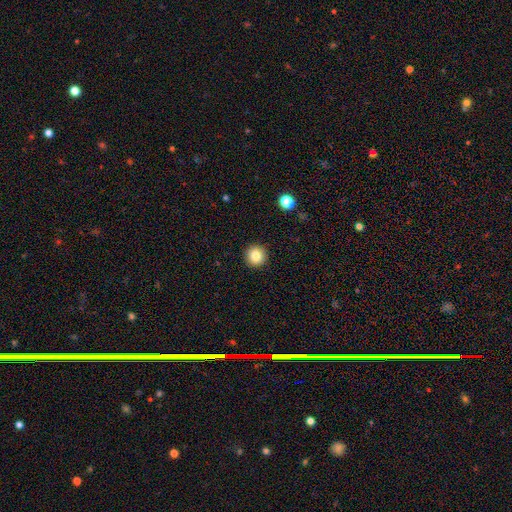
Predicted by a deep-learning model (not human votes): Overall: smooth (84%). How rounded: round (95%). Merging: none (93%).